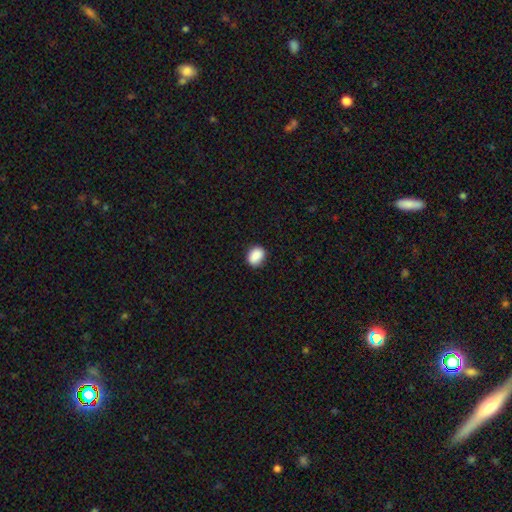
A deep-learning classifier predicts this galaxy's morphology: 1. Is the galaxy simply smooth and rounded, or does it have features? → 89% smooth, 8% star or artifact, 3% featured or disk.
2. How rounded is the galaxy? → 58% in between, 41% round, 1% cigar-shaped.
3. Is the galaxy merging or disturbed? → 85% none, 11% minor disturbance, 2% major disturbance, 1% merger.